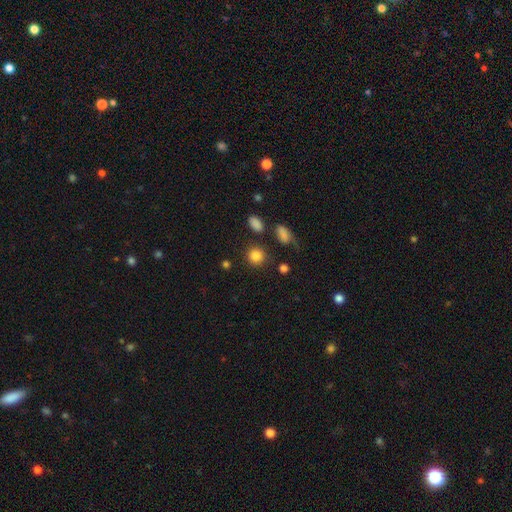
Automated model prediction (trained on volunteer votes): Smooth or featured?
  - smooth: 84% *
  - star or artifact: 11%
  - featured or disk: 5%
How rounded?
  - round: 86% *
  - in between: 13%
  - cigar-shaped: 1%
Merging?
  - none: 79% *
  - minor disturbance: 11%
  - merger: 5%
  - major disturbance: 5%